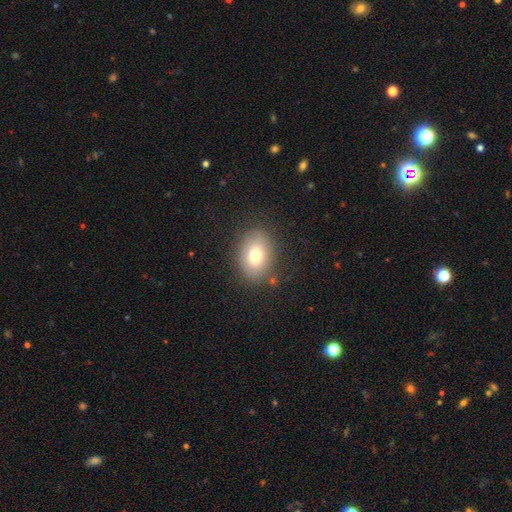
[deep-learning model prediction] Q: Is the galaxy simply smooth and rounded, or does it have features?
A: smooth — 74%.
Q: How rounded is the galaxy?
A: in between — 74%.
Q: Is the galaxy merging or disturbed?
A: none — 83%.